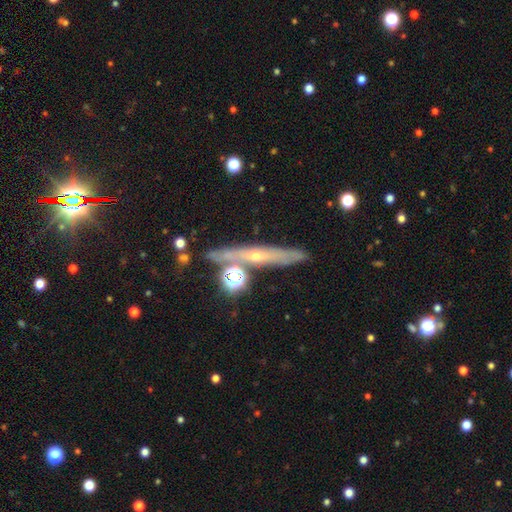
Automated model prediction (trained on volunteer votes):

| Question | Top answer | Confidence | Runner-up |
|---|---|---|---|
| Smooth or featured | featured or disk | 63% | smooth (24%) |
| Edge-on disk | yes | 89% | no (11%) |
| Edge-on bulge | rounded | 66% | none (30%) |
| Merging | none | 76% | minor disturbance (12%) |